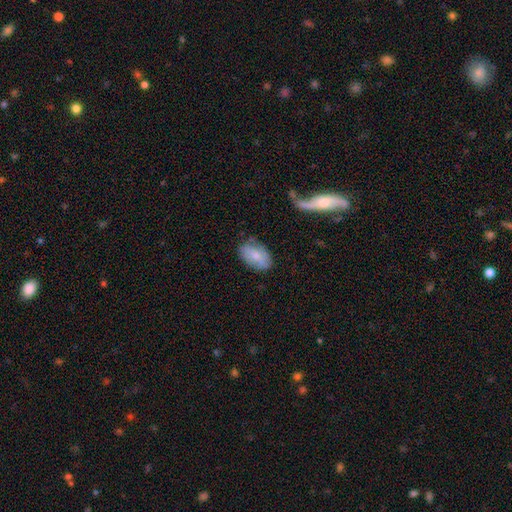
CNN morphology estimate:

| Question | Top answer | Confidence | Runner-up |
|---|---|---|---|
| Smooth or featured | smooth | 72% | featured or disk (21%) |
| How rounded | in between | 91% | round (7%) |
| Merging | none | 70% | minor disturbance (22%) |